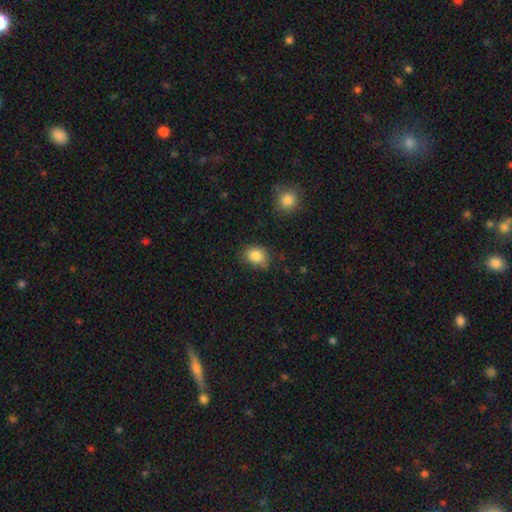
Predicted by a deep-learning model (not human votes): This is clearly a smooth galaxy (84%). How rounded: possibly round (50%). Merging: likely none (66%).